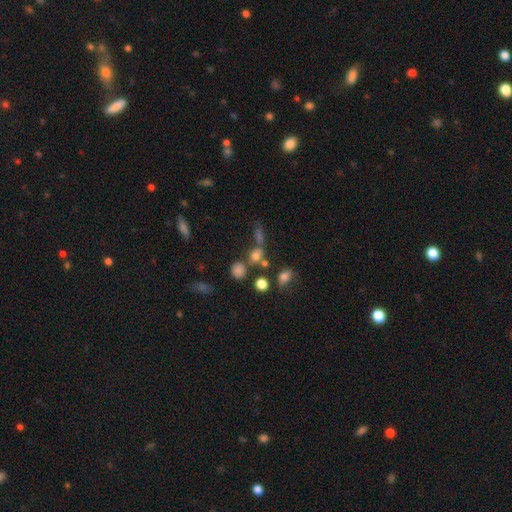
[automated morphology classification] smooth 64%, star or artifact 23%, featured or disk 13%. Down the decision tree: how rounded — round (62%); merging — none (46%).